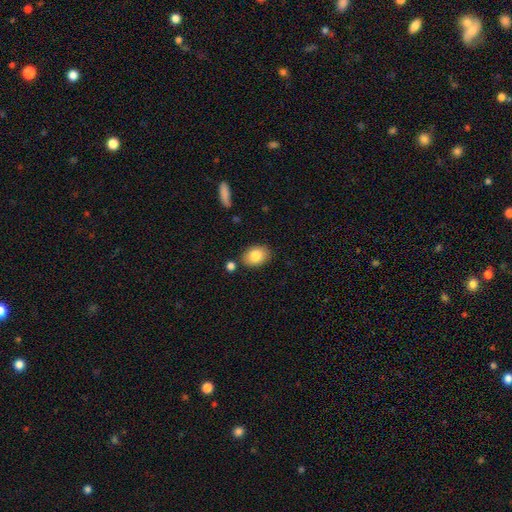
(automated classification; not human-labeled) smooth 82%, featured or disk 10%, star or artifact 7%. Down the decision tree: how rounded — in between (77%); merging — none (82%).